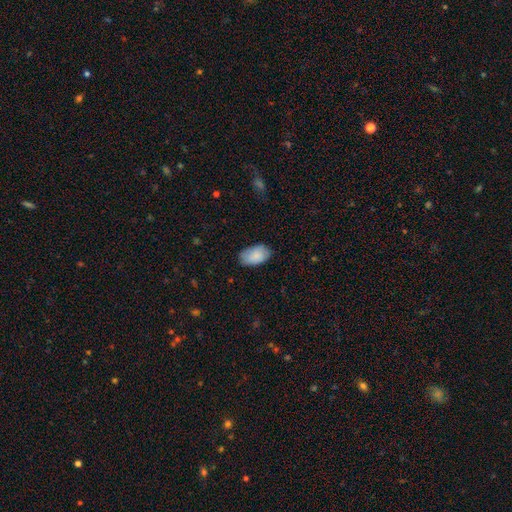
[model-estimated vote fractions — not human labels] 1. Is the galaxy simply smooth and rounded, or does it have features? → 86% smooth, 8% featured or disk, 6% star or artifact.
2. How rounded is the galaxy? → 94% in between, 5% round, 1% cigar-shaped.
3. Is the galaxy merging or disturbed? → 76% none, 19% minor disturbance, 3% major disturbance, 1% merger.